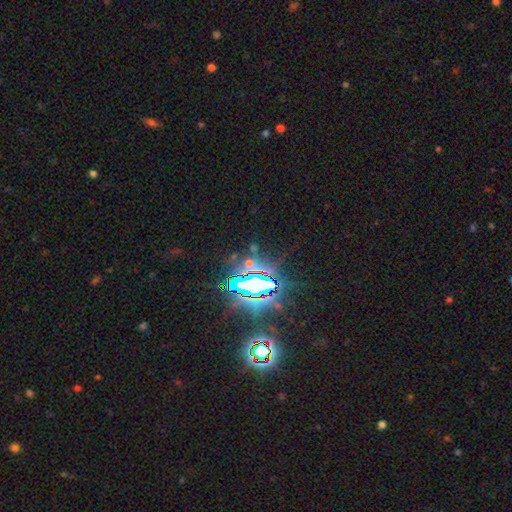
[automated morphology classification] smooth_or_featured: star or artifact (p=0.78) [alt: smooth p=0.12]